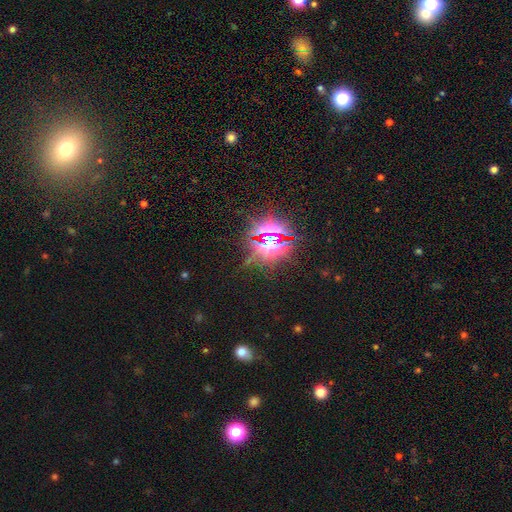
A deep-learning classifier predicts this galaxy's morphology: type=star or artifact (82%).